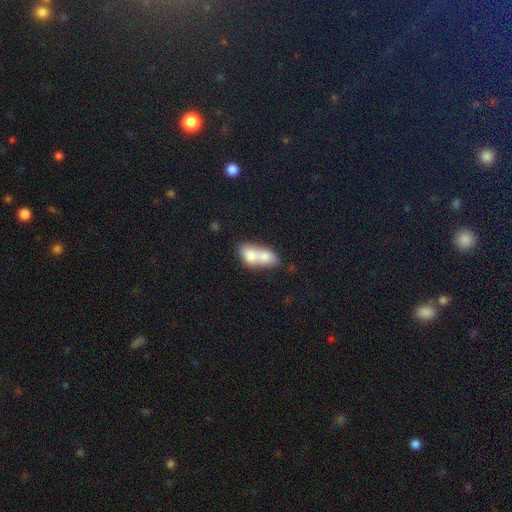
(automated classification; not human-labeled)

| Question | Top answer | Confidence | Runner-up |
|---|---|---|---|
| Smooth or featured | smooth | 69% | featured or disk (24%) |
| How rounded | in between | 74% | round (20%) |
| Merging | merger | 78% | none (13%) |